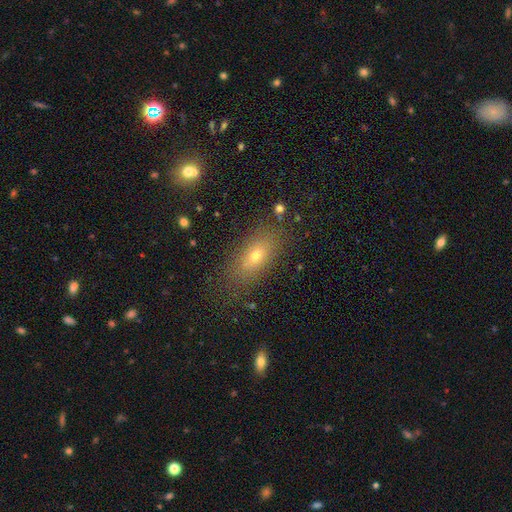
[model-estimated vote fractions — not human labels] smooth 67%, featured or disk 19%, star or artifact 14%. Down the decision tree: how rounded — in between (77%); merging — none (80%).